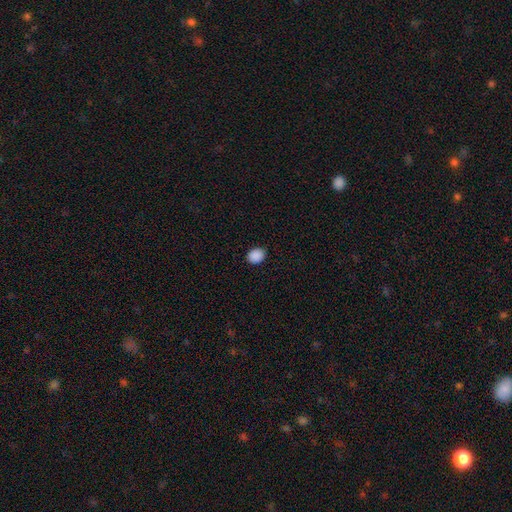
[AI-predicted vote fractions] Morphology: type=smooth (90%); roundness=in between (53%); merging=none (90%).